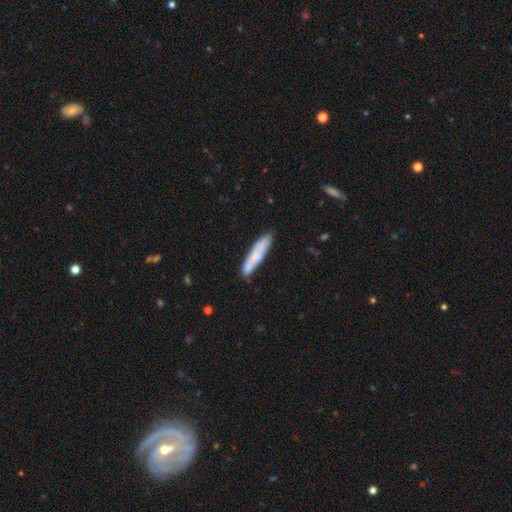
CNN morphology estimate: smooth 64%, featured or disk 29%, star or artifact 7%. Down the decision tree: how rounded — cigar-shaped (85%); merging — none (72%).